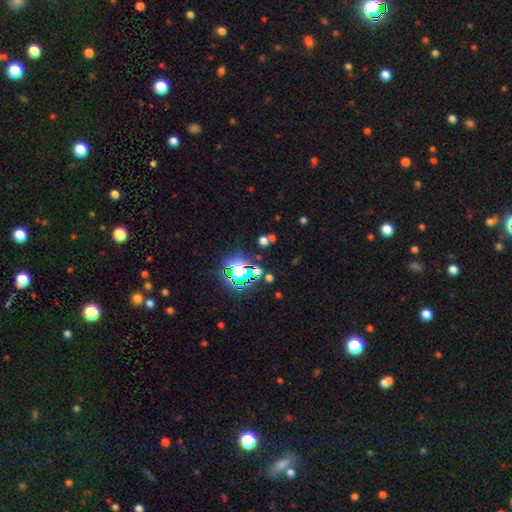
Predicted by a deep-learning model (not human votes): smooth_or_featured: star or artifact (p=0.79) [alt: smooth p=0.13]